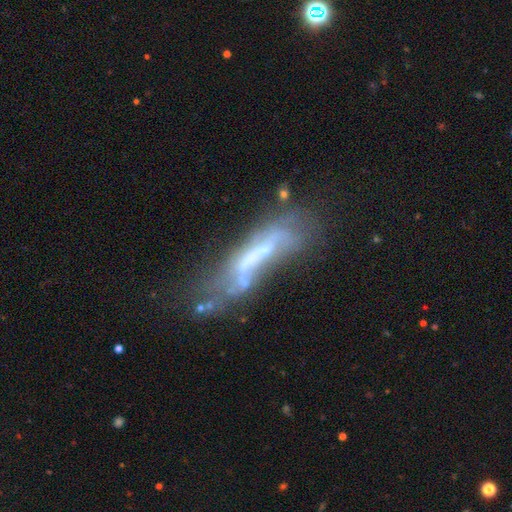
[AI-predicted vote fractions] Morphology: type=featured or disk (63%); edge-on=no (68%); merging=major disturbance (33%).